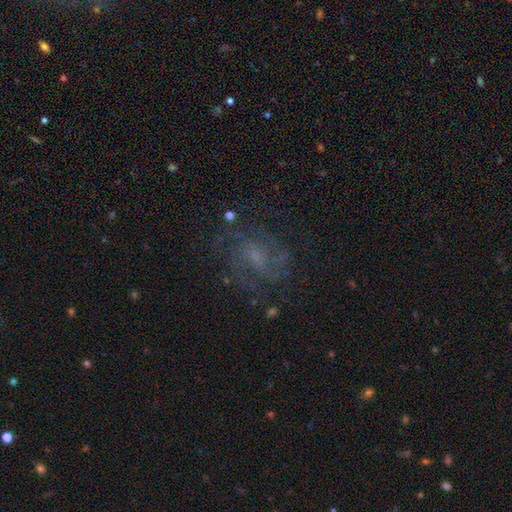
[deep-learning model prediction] Smooth or featured? Predicted: featured or disk (p=0.64). Edge-on disk? Predicted: no (p=0.97). Bar? Predicted: no (p=0.47). Spiral arms? Predicted: yes (p=0.85). Spiral winding? Predicted: medium (p=0.47). Spiral arm count? Predicted: can't tell (p=0.38). Bulge size? Predicted: small (p=0.38). Merging? Predicted: none (p=0.67).